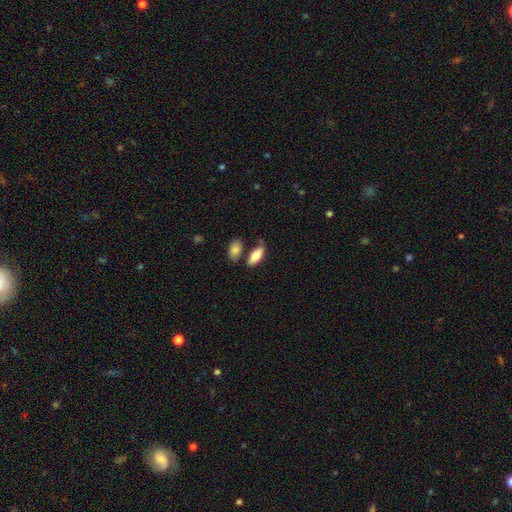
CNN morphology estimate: smooth_or_featured: smooth (p=0.80) [alt: featured or disk p=0.14]
how_rounded: in between (p=0.79) [alt: cigar-shaped p=0.18]
merging: none (p=0.70) [alt: minor disturbance p=0.14]